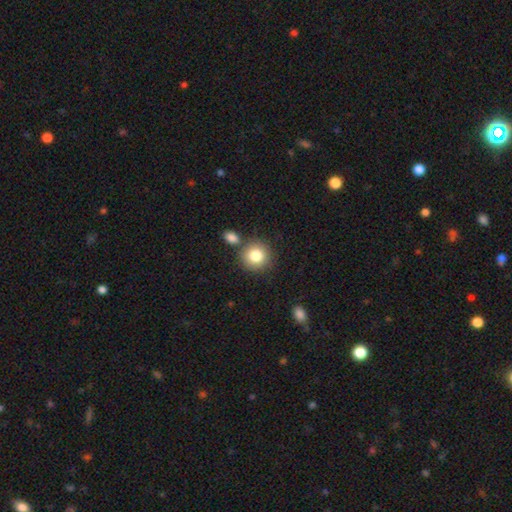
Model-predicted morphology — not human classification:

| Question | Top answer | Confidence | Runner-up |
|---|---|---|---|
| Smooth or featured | smooth | 83% | star or artifact (9%) |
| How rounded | round | 90% | in between (9%) |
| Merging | none | 72% | merger (15%) |